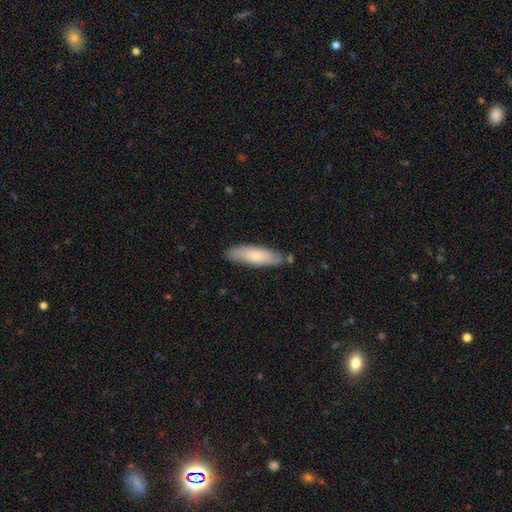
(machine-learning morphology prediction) Smooth or featured? smooth (73%)
How rounded? cigar-shaped (57%)
Merging? none (79%)